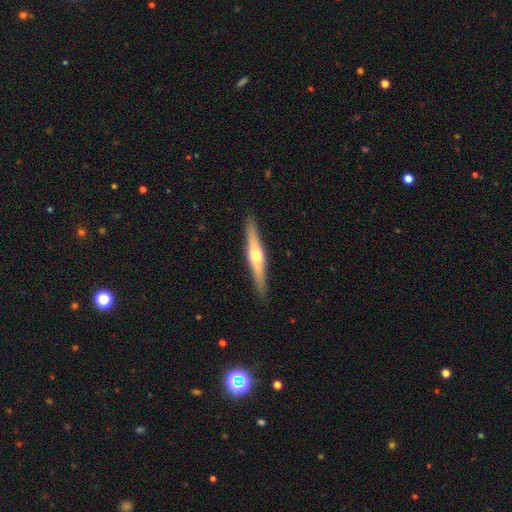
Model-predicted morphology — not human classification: Smooth or featured? featured or disk (66%)
Edge-on disk? yes (97%)
Edge-on bulge? rounded (91%)
Merging? none (92%)